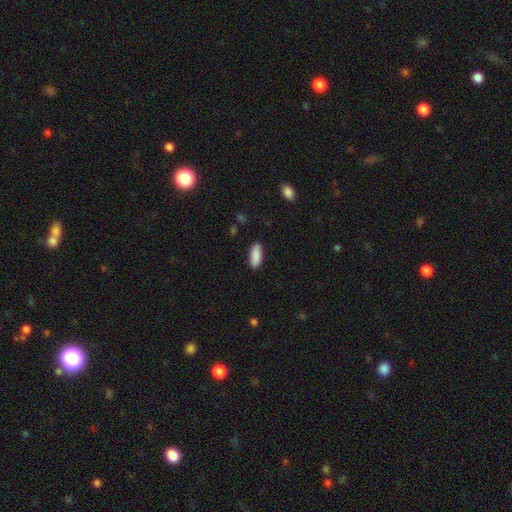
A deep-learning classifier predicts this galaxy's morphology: Q: Smooth or featured?
A: smooth (90%); runner-up: star or artifact (6%)
Q: How rounded?
A: in between (77%); runner-up: cigar-shaped (21%)
Q: Merging?
A: none (89%); runner-up: minor disturbance (8%)